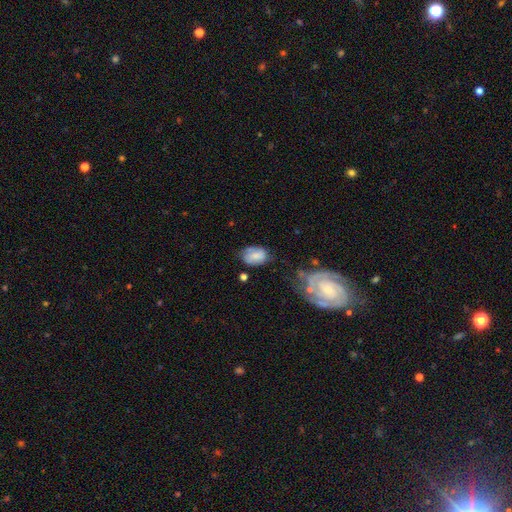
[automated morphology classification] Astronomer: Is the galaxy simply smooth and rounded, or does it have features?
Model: smooth — 64%.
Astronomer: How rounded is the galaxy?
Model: in between — 80%.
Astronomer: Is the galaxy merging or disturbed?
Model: none — 53% (runner-up: minor disturbance, 30%).